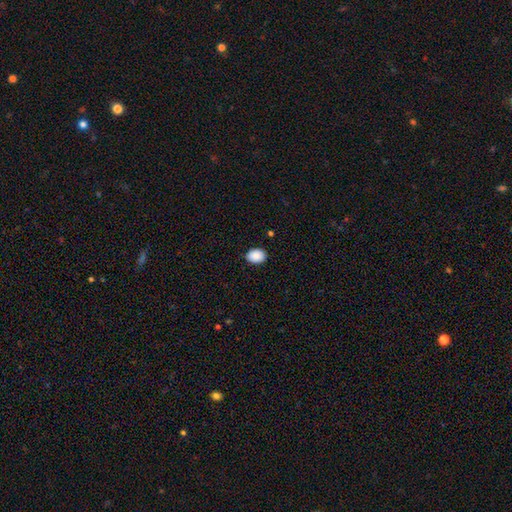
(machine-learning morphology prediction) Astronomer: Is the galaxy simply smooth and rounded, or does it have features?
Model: smooth — 90%.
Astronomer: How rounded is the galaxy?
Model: in between — 68%.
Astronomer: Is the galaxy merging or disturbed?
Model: none — 88%.